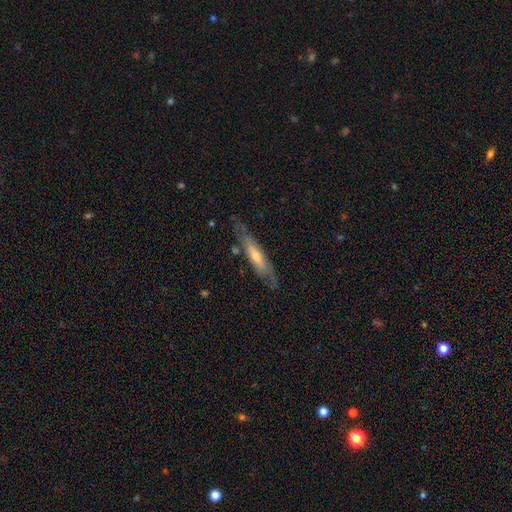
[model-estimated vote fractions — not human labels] Morphology: type=featured or disk (60%); edge-on=yes (67%); merging=none (76%).